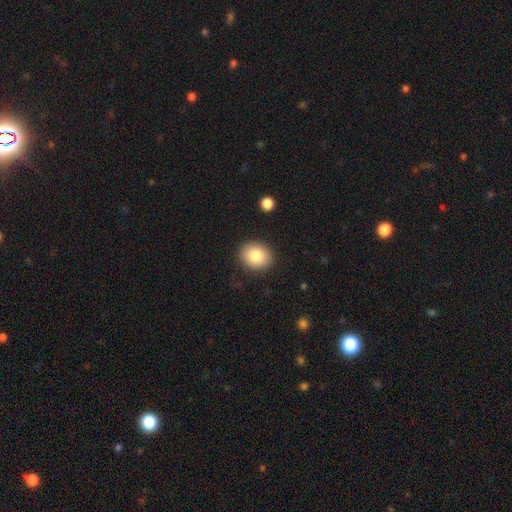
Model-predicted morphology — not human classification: A smooth galaxy with no disk features (84%) that is round (50%).

Vote fractions:
- Smooth or featured? smooth: 84% / featured or disk: 8% / star or artifact: 8%
- How rounded? round: 50% / in between: 49% / cigar-shaped: 1%
- Merging? none: 88% / minor disturbance: 8% / major disturbance: 2% / merger: 1%